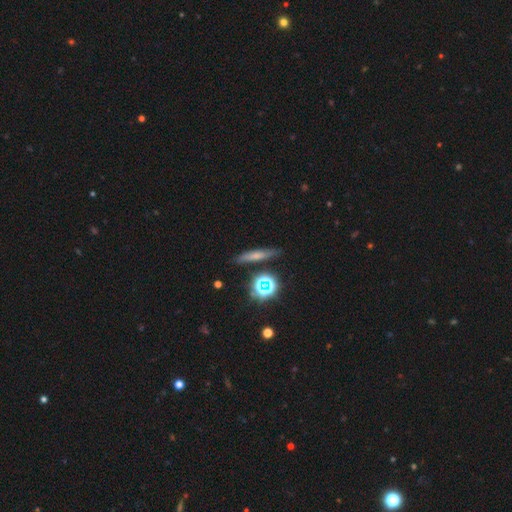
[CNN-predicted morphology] smooth 56%, featured or disk 26%, star or artifact 18%. Down the decision tree: how rounded — cigar-shaped (77%); merging — none (81%).